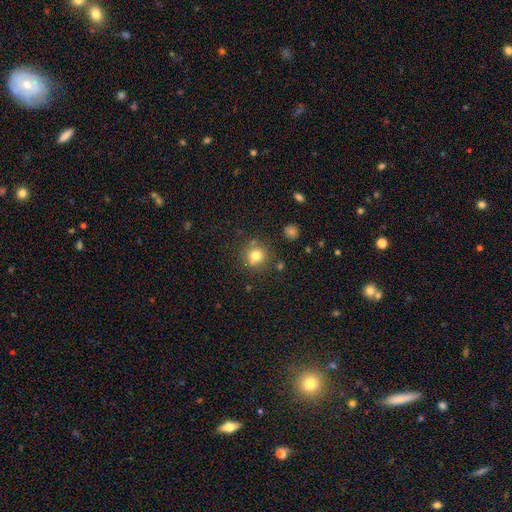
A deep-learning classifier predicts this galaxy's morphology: Overall: smooth (79%). How rounded: round (90%). Merging: none (78%).